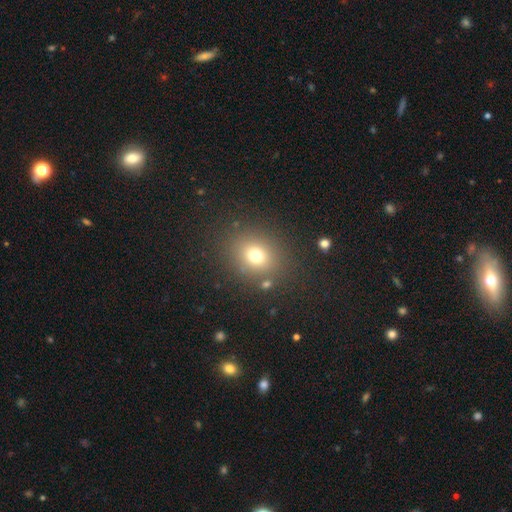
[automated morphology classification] A smooth galaxy with no disk features (72%) that is round (68%).

Vote fractions:
- Smooth or featured? smooth: 72% / star or artifact: 17% / featured or disk: 10%
- How rounded? round: 68% / in between: 31% / cigar-shaped: 1%
- Merging? none: 83% / minor disturbance: 9% / major disturbance: 5% / merger: 4%